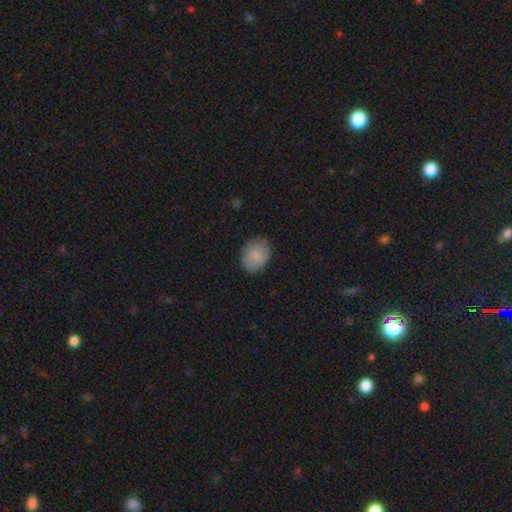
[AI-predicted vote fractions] This appears to be a smooth galaxy with no disk features (82%) that is in between round and cigar-shaped (51%). Merging: none (81%).